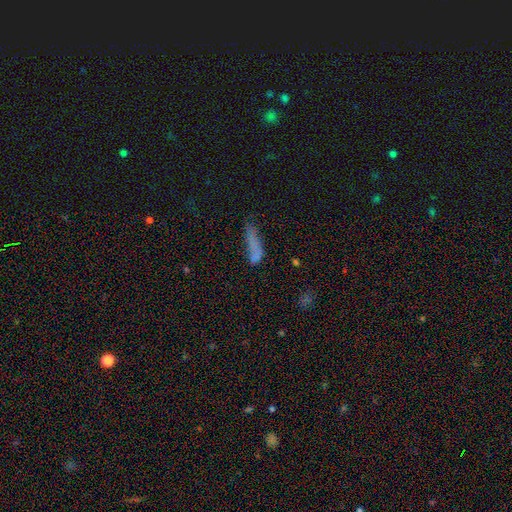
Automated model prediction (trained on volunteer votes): This is likely a smooth galaxy (66%). How rounded: likely cigar-shaped (66%). Merging: marginally none (41%).